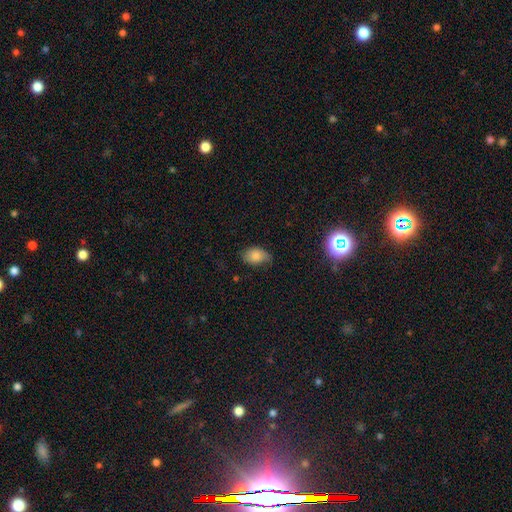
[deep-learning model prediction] A smooth galaxy with no disk features (82%) that is in between round and cigar-shaped (85%).

Vote fractions:
- Smooth or featured? smooth: 82% / star or artifact: 9% / featured or disk: 9%
- How rounded? in between: 85% / round: 13% / cigar-shaped: 1%
- Merging? none: 55% / minor disturbance: 35% / major disturbance: 9% / merger: 2%